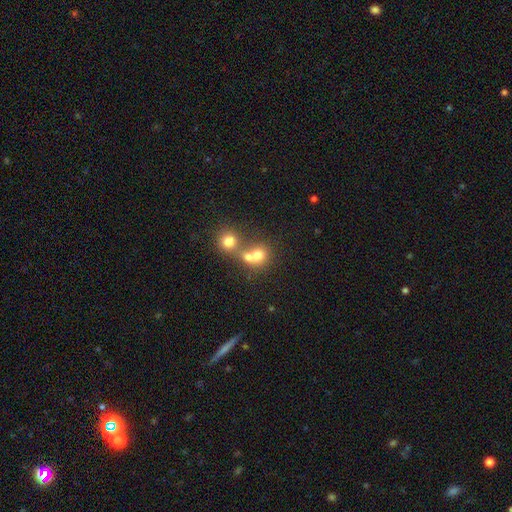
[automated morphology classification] A smooth galaxy with no disk features (69%) that is round (78%). Merging: merger (57%).